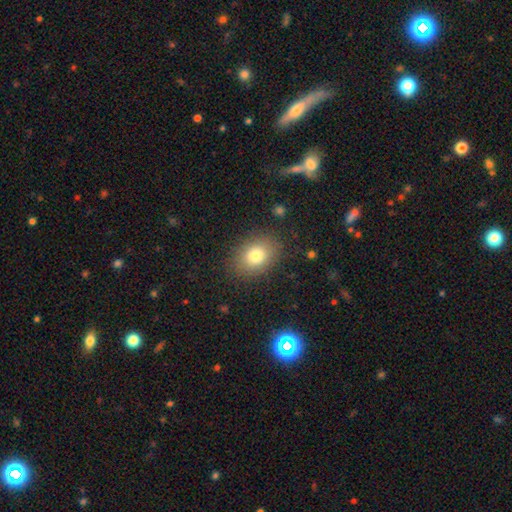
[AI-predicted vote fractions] Smooth or featured? Predicted: smooth (p=0.78). How rounded? Predicted: in between (p=0.66). Merging? Predicted: none (p=0.84).